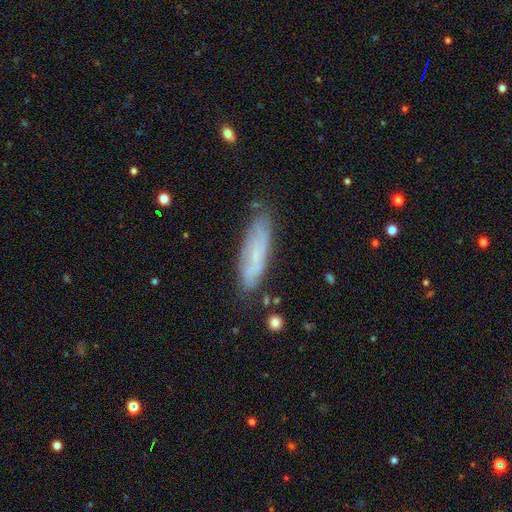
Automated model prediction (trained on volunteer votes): The model was most divided on "smooth or featured": smooth: 47%, featured or disk: 44%, star or artifact: 8%. More confident: merging — none (74%).